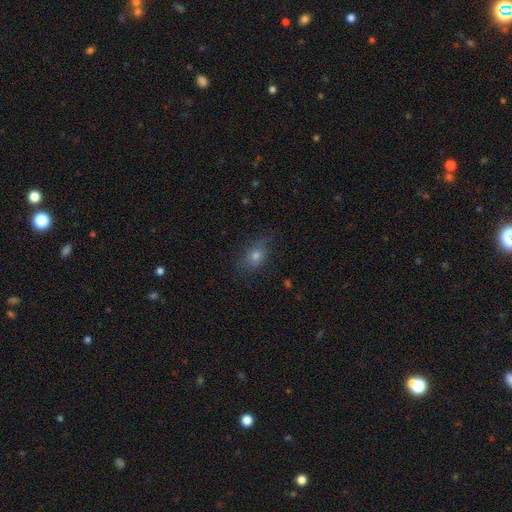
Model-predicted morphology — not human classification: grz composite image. It shows a smooth galaxy with no disk features (67%) that is in between round and cigar-shaped (69%). Merging: none (70%).